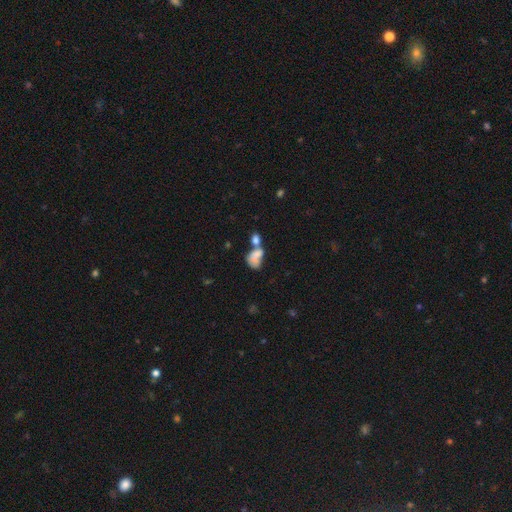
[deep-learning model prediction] Q: Smooth or featured?
A: smooth (67%); runner-up: featured or disk (23%)
Q: How rounded?
A: in between (76%); runner-up: round (22%)
Q: Merging?
A: merger (65%); runner-up: none (16%)